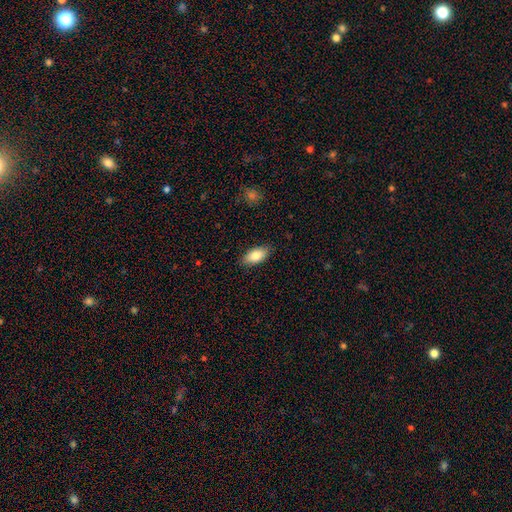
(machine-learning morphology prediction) Smooth or featured? Predicted: smooth (p=0.83). How rounded? Predicted: in between (p=0.90). Merging? Predicted: none (p=0.87).